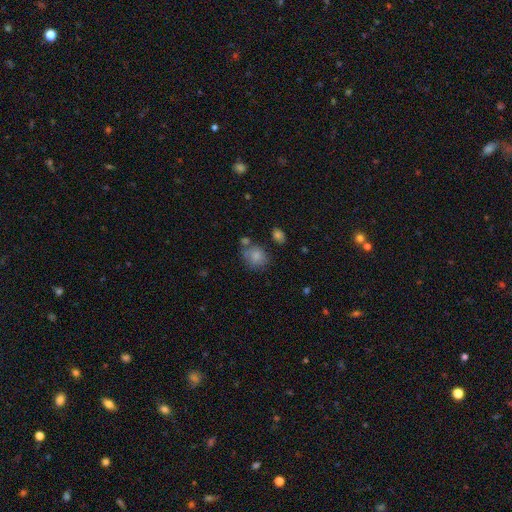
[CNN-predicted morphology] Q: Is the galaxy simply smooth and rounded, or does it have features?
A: smooth — 79%.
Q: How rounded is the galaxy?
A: round — 66%.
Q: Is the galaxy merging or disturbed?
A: none — 59%.